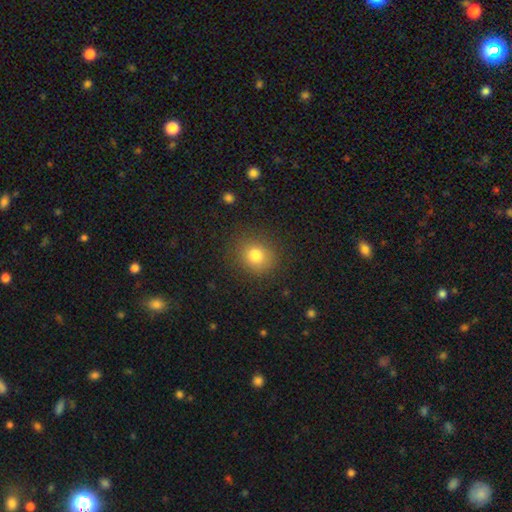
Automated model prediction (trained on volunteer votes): Overall: smooth (80%). How rounded: round (82%). Merging: none (87%).